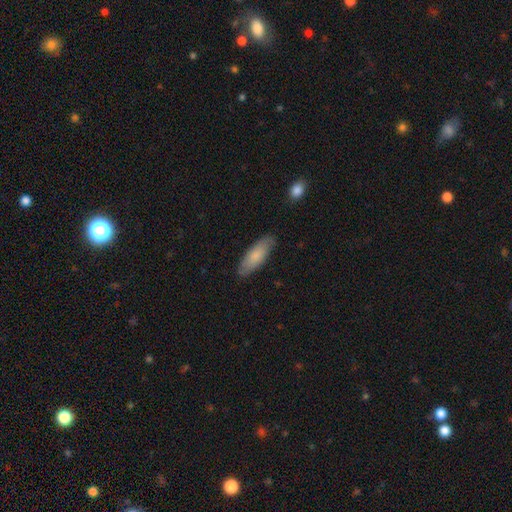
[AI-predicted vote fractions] This appears to be a smooth galaxy with no disk features (78%) that is in between round and cigar-shaped (62%). Merging: none (83%).